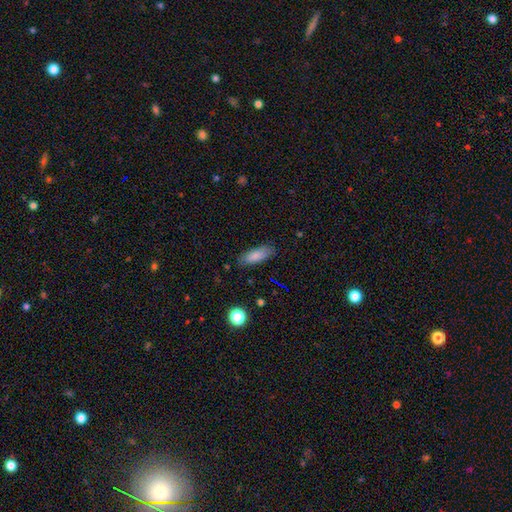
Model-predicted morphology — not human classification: smooth_or_featured: smooth (p=0.84) [alt: featured or disk p=0.09]
how_rounded: in between (p=0.67) [alt: cigar-shaped p=0.31]
merging: none (p=0.84) [alt: minor disturbance p=0.12]